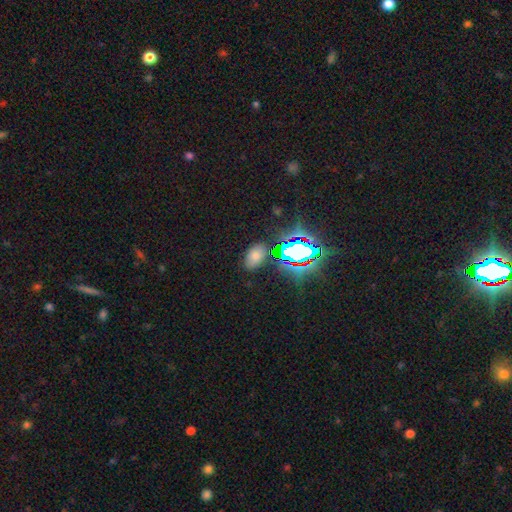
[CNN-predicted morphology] The model was most divided on "smooth or featured": smooth: 59%, star or artifact: 31%, featured or disk: 10%. More confident: how rounded — in between (90%); merging — none (82%).